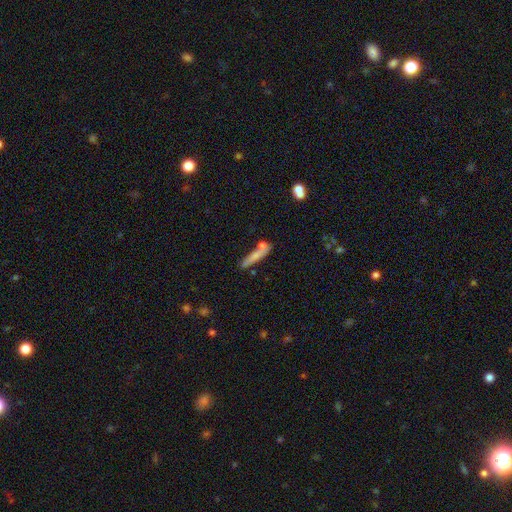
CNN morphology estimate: Q: Smooth or featured?
A: smooth (70%); runner-up: featured or disk (23%)
Q: How rounded?
A: cigar-shaped (86%); runner-up: in between (11%)
Q: Merging?
A: none (58%); runner-up: minor disturbance (18%)